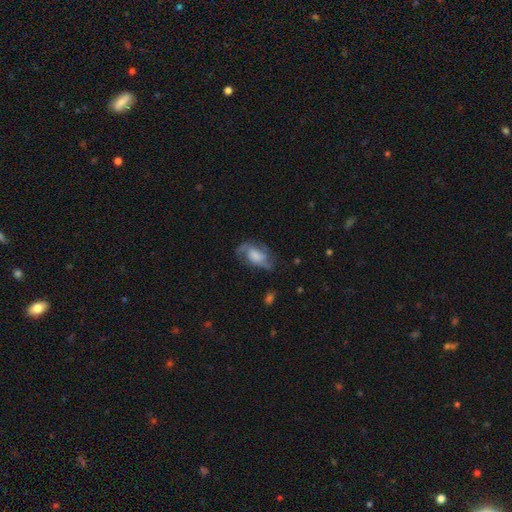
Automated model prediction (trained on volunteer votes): Overall: featured or disk (57%; smooth 35%). Edge-on disk: no (94%). Bar: no (63%; weak 30%). Spiral arms: yes (82%). Bulge size: large (32%; none 28%). Merging: none (51%; minor disturbance 25%).